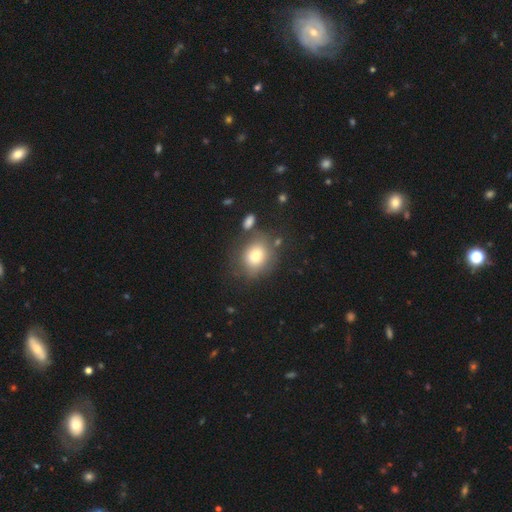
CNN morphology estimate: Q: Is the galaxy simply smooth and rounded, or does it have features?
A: smooth — 77%.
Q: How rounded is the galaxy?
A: round — 64%.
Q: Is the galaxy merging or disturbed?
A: none — 71%.